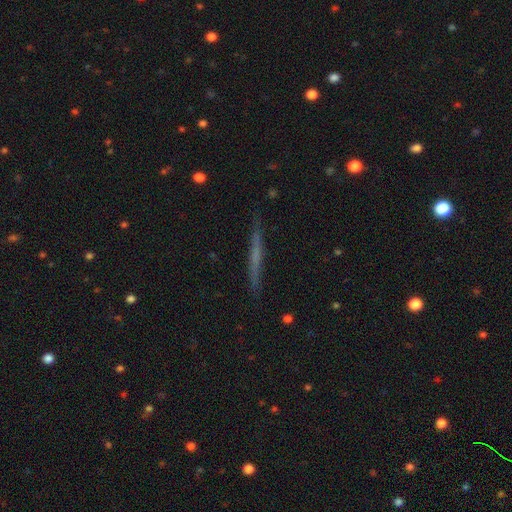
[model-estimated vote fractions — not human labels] This appears to be a featured or disk galaxy (52%) viewed edge-on (96%) with no central bulge (79%). Merging: none (88%).